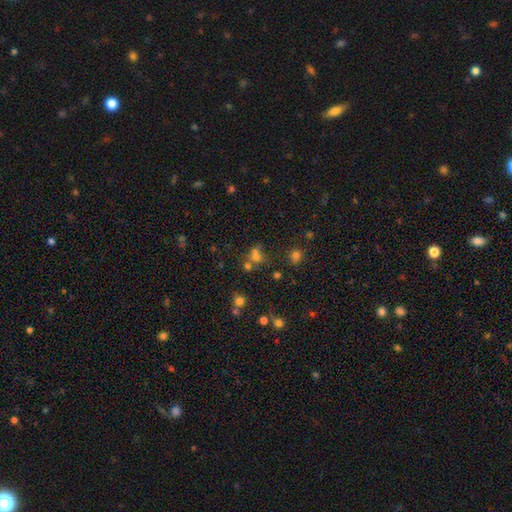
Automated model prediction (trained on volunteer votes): Morphology: type=smooth (53%); roundness=round (56%); merging=none (46%).